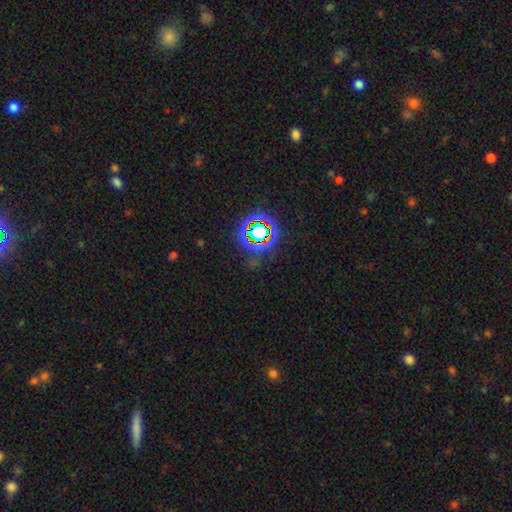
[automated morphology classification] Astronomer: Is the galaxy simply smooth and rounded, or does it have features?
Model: star or artifact — 73%.